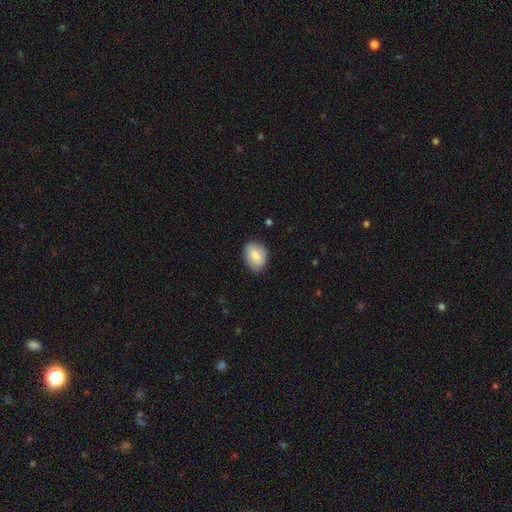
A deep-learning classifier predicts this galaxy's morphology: This appears to be a smooth galaxy with no disk features (84%) that is in between round and cigar-shaped (69%). Merging: none (81%).